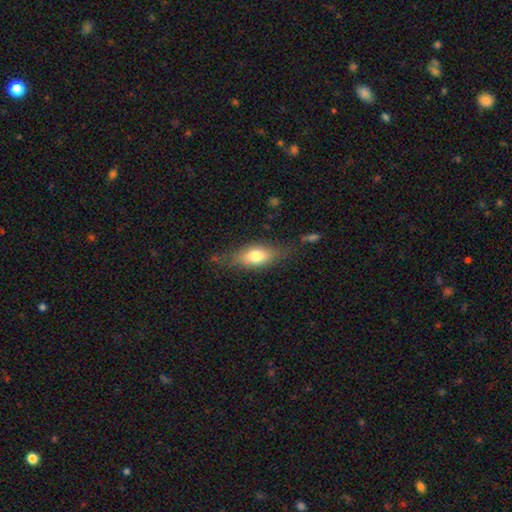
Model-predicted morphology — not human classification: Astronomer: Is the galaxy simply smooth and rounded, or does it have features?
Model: smooth — 72%.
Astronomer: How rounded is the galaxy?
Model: in between — 77%.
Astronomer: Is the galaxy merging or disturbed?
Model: none — 69%.